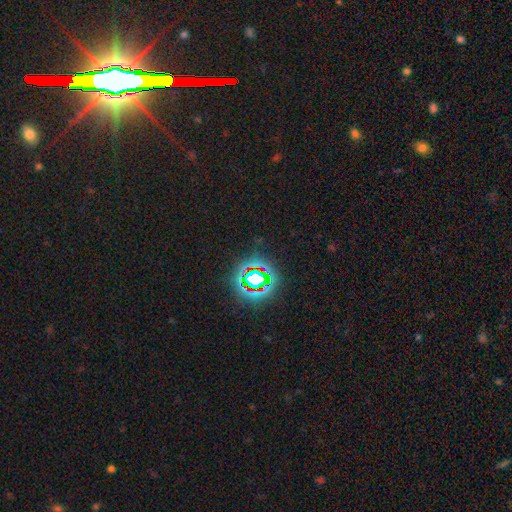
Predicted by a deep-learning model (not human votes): smooth-or-featured: star or artifact: 77% | smooth: 15% | featured or disk: 8%